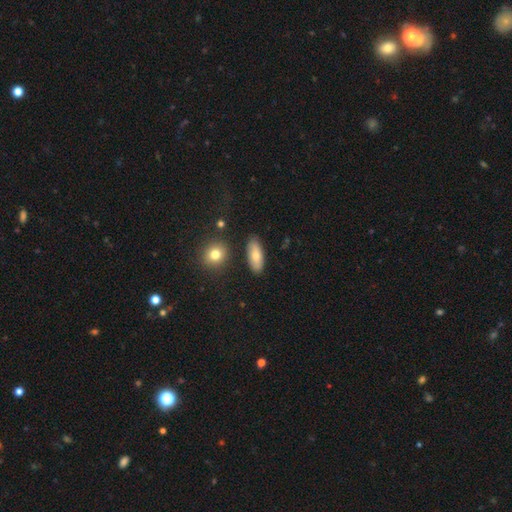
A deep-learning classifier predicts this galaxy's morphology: Smooth or featured? Predicted: smooth (p=0.75). How rounded? Predicted: in between (p=0.80). Merging? Predicted: none (p=0.85).